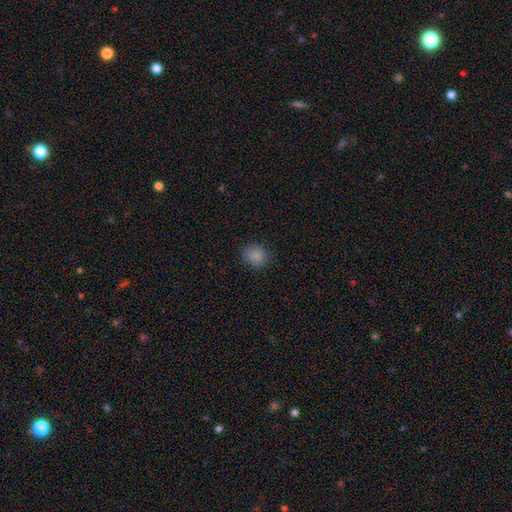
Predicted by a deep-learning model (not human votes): smooth-or-featured: smooth: 85% | star or artifact: 11% | featured or disk: 4%
  how-rounded: round: 78% | in between: 21% | cigar-shaped: 1%
  merging: none: 86% | minor disturbance: 10% | major disturbance: 3% | merger: 1%